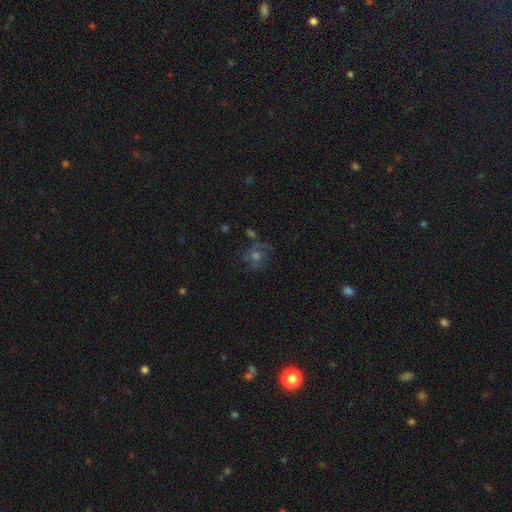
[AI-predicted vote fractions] smooth_or_featured: featured or disk (p=0.47) [alt: star or artifact p=0.27]
merging: none (p=0.66) [alt: minor disturbance p=0.16]